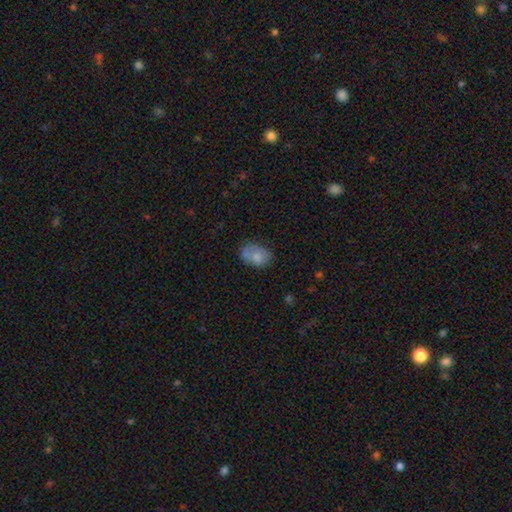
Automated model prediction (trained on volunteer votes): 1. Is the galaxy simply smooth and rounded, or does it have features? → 73% smooth, 18% featured or disk, 9% star or artifact.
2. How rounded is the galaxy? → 78% in between, 21% round, 1% cigar-shaped.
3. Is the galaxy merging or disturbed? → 53% none, 25% minor disturbance, 12% merger, 10% major disturbance.